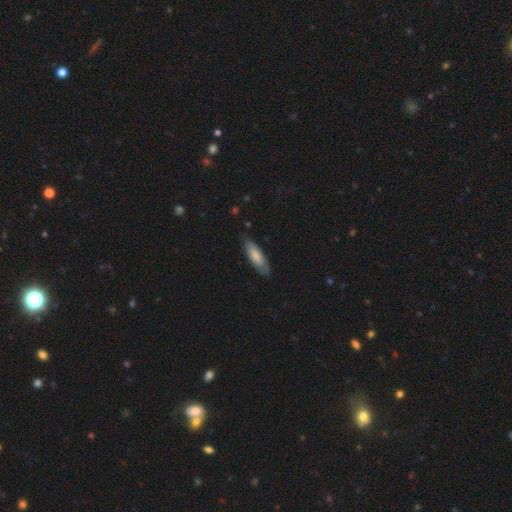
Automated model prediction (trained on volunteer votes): smooth_or_featured: smooth (p=0.71) [alt: featured or disk p=0.24]
how_rounded: in between (p=0.52) [alt: cigar-shaped p=0.46]
merging: none (p=0.78) [alt: minor disturbance p=0.17]